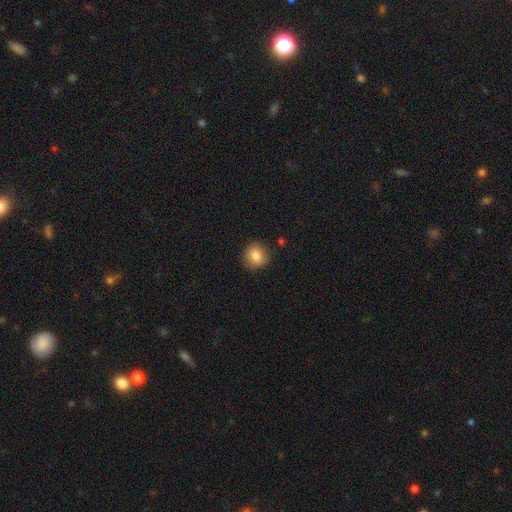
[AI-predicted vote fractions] A smooth galaxy with no disk features (83%) that is round (88%). Merging: none (87%).